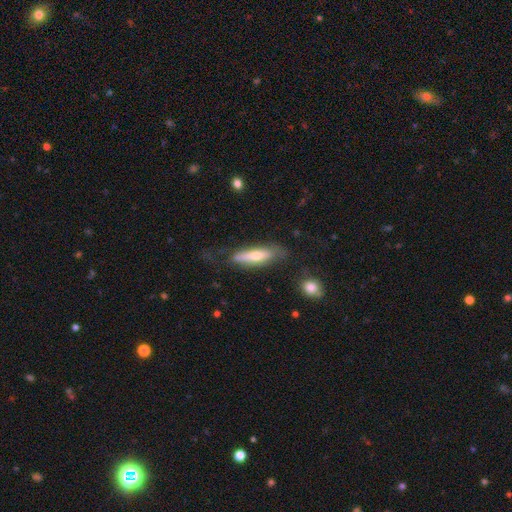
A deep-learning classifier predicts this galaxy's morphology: Q: Smooth or featured?
A: smooth (49%); runner-up: featured or disk (45%)
Q: Merging?
A: none (60%); runner-up: minor disturbance (25%)